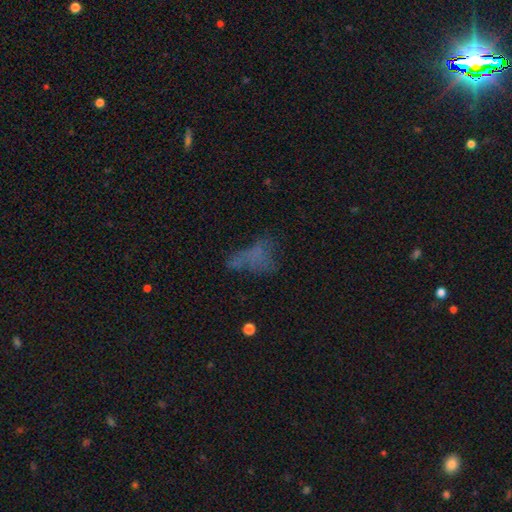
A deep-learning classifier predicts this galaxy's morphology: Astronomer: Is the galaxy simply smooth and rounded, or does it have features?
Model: smooth — 45% (runner-up: featured or disk, 32%).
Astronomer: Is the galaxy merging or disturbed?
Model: none — 35% (runner-up: major disturbance, 34%).